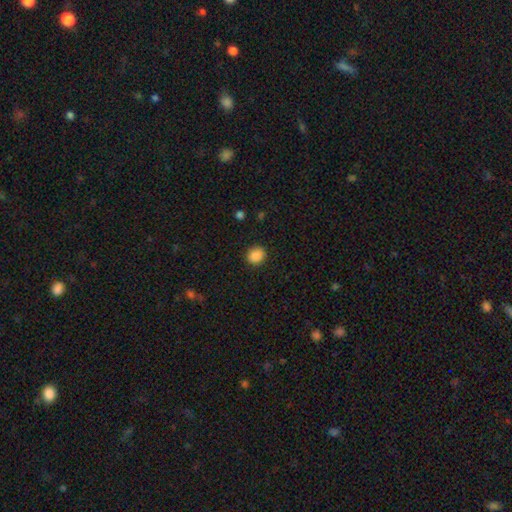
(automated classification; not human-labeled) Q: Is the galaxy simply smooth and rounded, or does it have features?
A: smooth — 88%.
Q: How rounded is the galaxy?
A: round — 75%.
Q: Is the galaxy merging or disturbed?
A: none — 87%.